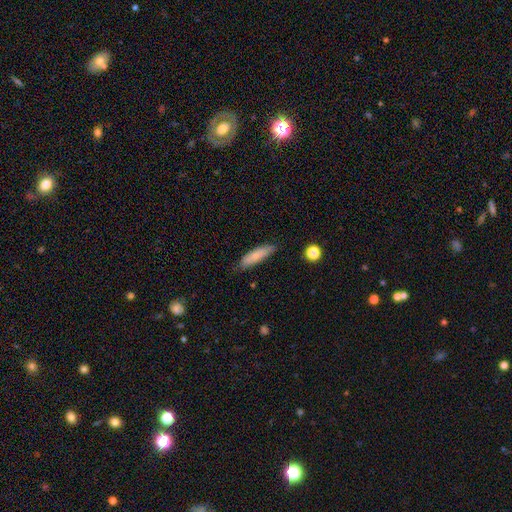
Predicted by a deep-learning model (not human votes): Smooth or featured? smooth (76%)
How rounded? cigar-shaped (69%)
Merging? none (78%)